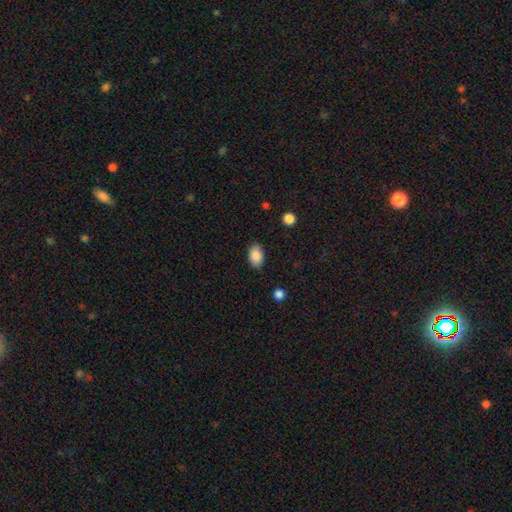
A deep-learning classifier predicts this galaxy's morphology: smooth_or_featured: smooth (p=0.89) [alt: star or artifact p=0.07]
how_rounded: in between (p=0.87) [alt: round p=0.12]
merging: none (p=0.84) [alt: minor disturbance p=0.12]